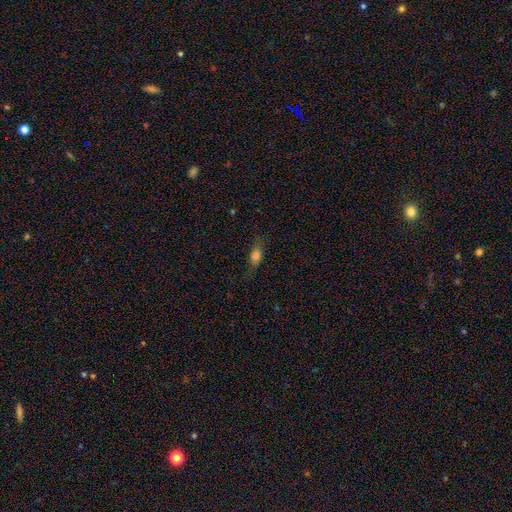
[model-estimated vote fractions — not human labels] A smooth galaxy with no disk features (72%) that is in between round and cigar-shaped (71%). Merging: none (70%).